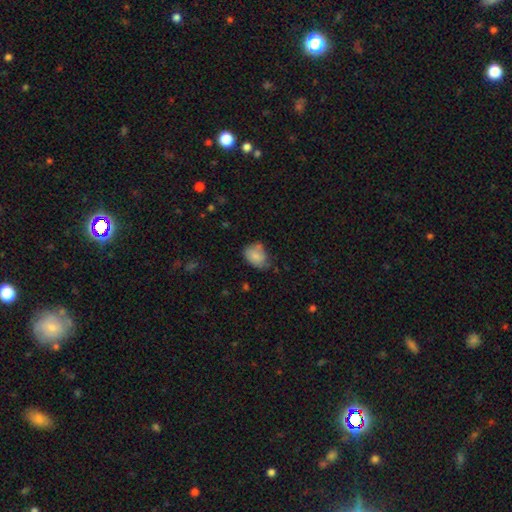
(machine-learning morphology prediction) type=smooth (79%); roundness=in between (70%); merging=none (49%).